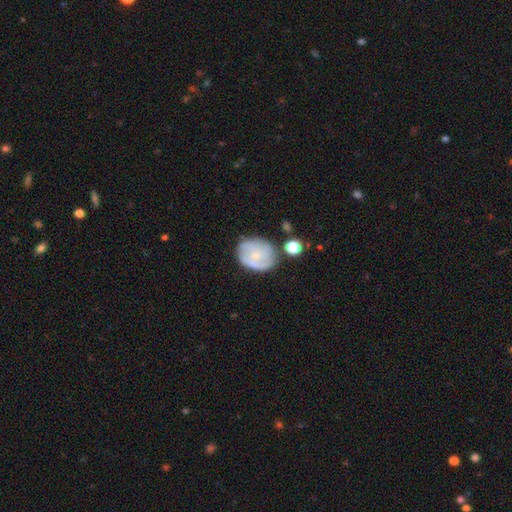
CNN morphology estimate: Smooth or featured? featured or disk (61%)
Edge-on disk? no (98%)
Bar? no (70%)
Spiral arms? yes (82%)
Bulge size? small (65%)
Merging? none (62%)